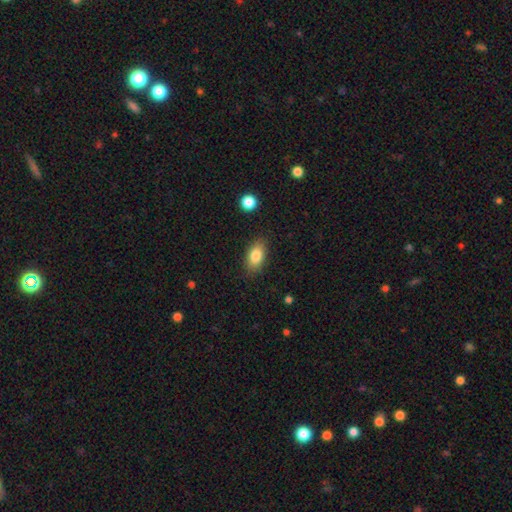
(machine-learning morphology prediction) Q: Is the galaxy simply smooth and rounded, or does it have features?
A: smooth — 83%.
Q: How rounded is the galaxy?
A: in between — 89%.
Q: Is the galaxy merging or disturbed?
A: none — 84%.